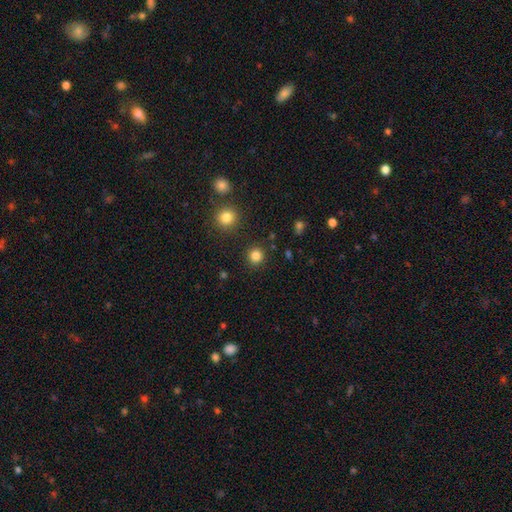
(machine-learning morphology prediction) smooth_or_featured: smooth (p=0.83) [alt: star or artifact p=0.13]
how_rounded: round (p=0.92) [alt: in between p=0.07]
merging: none (p=0.90) [alt: minor disturbance p=0.05]